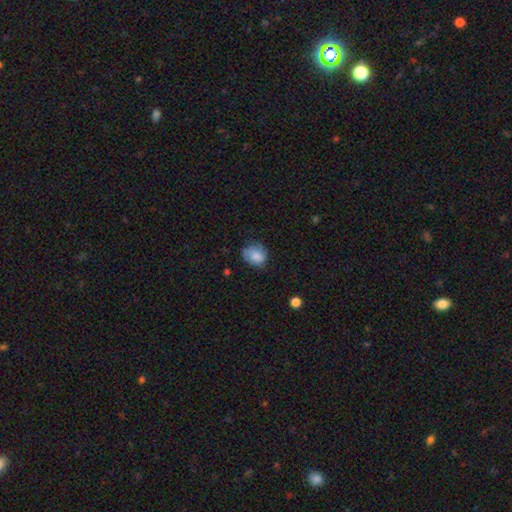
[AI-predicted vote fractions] Overall: smooth (81%). How rounded: round (61%; in between 38%). Merging: none (63%; minor disturbance 28%).